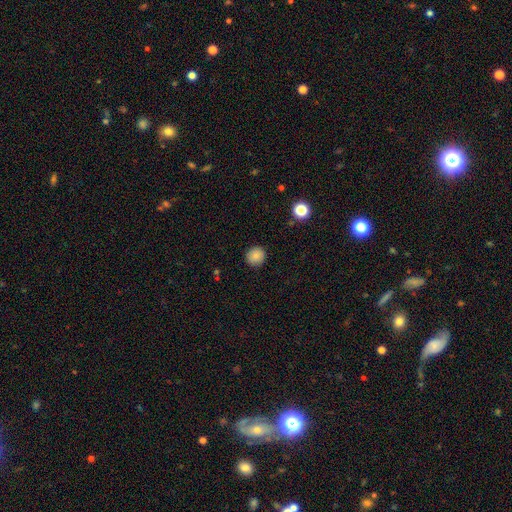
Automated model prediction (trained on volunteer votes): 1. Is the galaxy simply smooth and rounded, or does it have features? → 85% smooth, 10% star or artifact, 5% featured or disk.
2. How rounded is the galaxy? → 90% round, 9% in between, 1% cigar-shaped.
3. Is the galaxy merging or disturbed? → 90% none, 7% minor disturbance, 2% major disturbance, 1% merger.